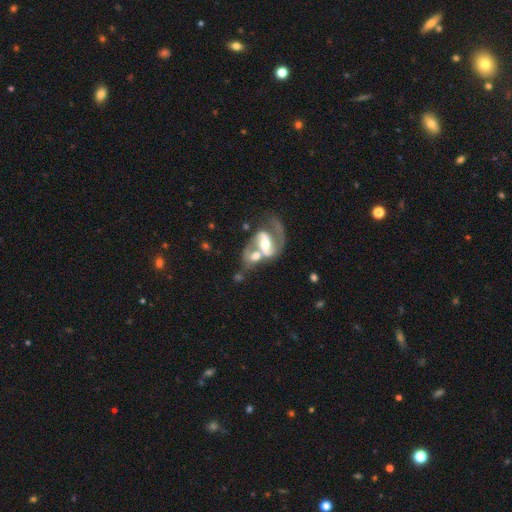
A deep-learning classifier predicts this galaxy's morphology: The model was most divided on "spiral winding": medium: 44%, loose: 43%, tight: 14%. Remaining: edge-on disk — no (96%); spiral arms — yes (85%); smooth or featured — featured or disk (79%); spiral arm count — 2 (73%); bulge size — moderate (63%); merging — merger (59%); bar — strong (40%).